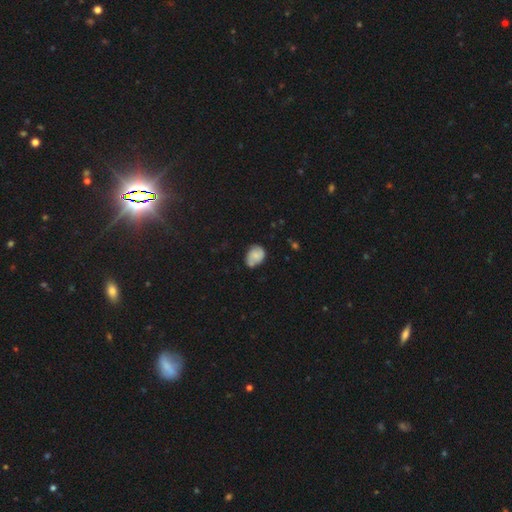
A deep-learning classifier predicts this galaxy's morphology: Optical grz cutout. It shows a smooth galaxy with no disk features (58%) that is in between round and cigar-shaped (59%). Merging: none (54%).